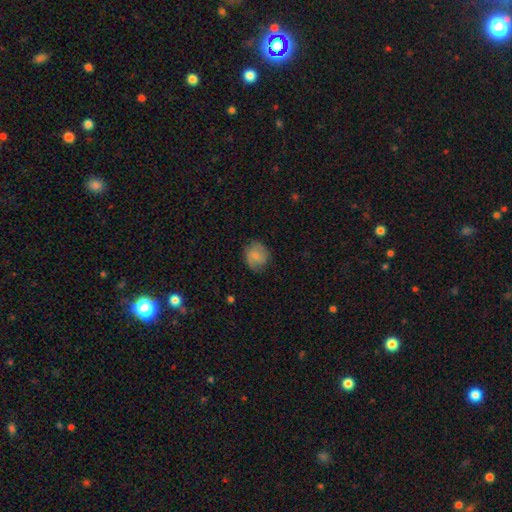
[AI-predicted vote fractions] Overall: smooth (71%). How rounded: round (76%). Merging: none (72%).